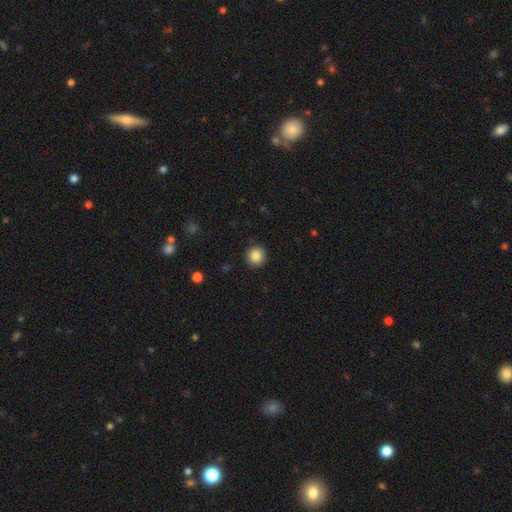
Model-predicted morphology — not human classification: The model was most divided on "smooth or featured": smooth: 86%, star or artifact: 9%, featured or disk: 5%. More confident: how rounded — round (94%); merging — none (92%).